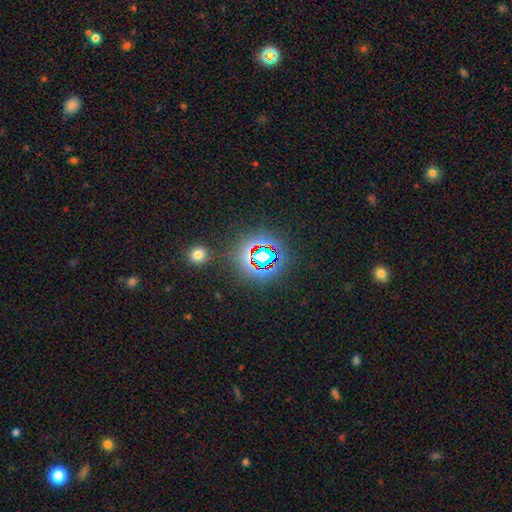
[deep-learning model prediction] Overall: star or artifact (74%).